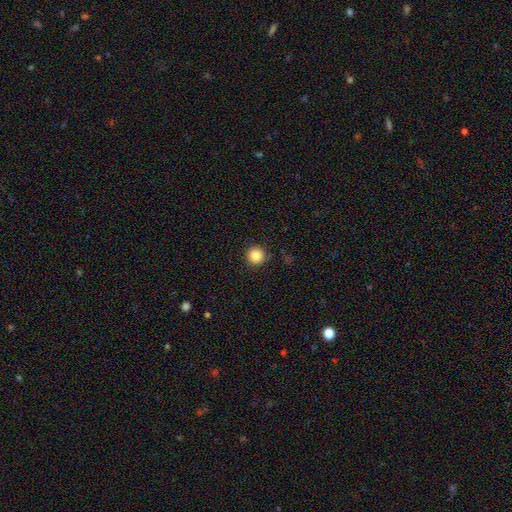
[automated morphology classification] The model was most divided on "smooth or featured": smooth: 85%, star or artifact: 10%, featured or disk: 5%. More confident: how rounded — round (95%); merging — none (91%).